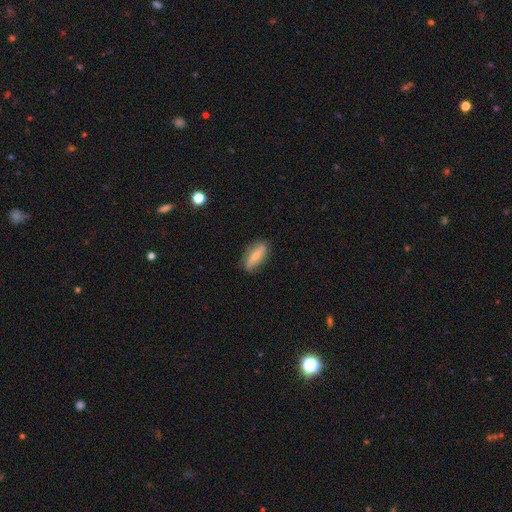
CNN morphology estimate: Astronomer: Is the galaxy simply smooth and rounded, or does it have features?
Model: smooth — 48% (runner-up: featured or disk, 45%).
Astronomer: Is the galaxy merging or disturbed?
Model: none — 76%.